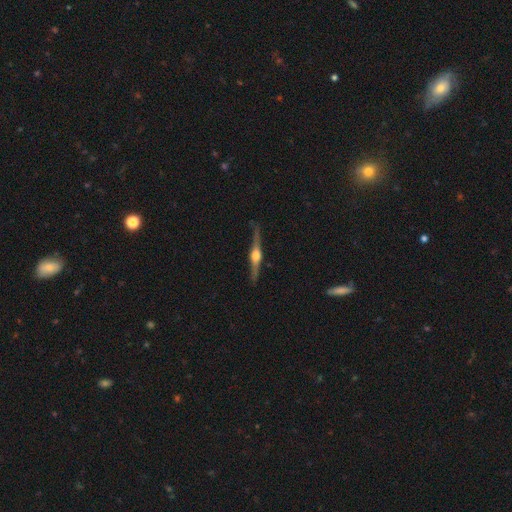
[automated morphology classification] Smooth or featured?
  - featured or disk: 82% *
  - smooth: 13%
  - star or artifact: 5%
Edge-on disk?
  - yes: 98% *
  - no: 2%
Edge-on bulge?
  - rounded: 94% *
  - boxy: 4%
  - none: 2%
Merging?
  - none: 86% *
  - minor disturbance: 11%
  - major disturbance: 2%
  - merger: 1%